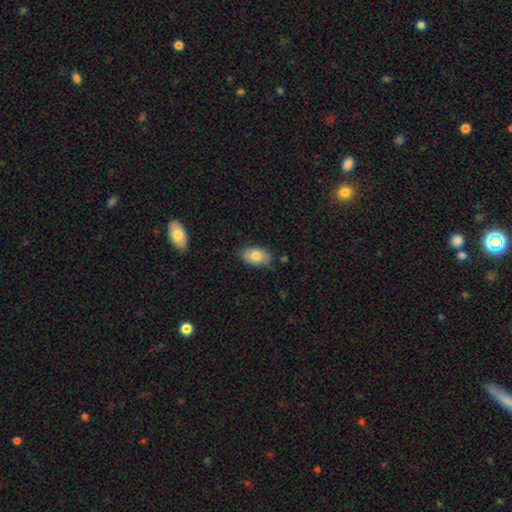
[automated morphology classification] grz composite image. It shows a smooth galaxy with no disk features (81%) that is in between round and cigar-shaped (92%). Merging: none (77%).